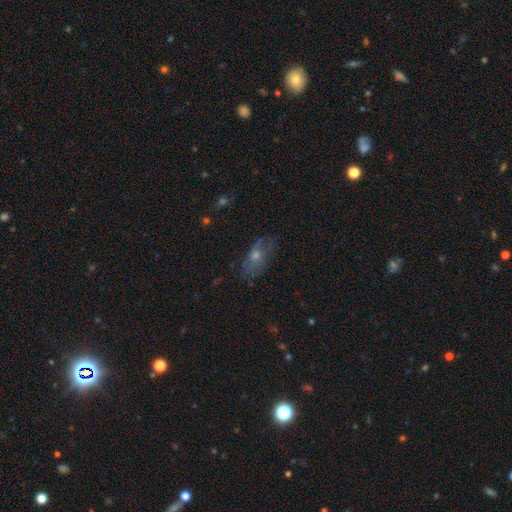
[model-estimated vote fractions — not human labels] Smooth or featured? featured or disk (44%)
Merging? none (68%)